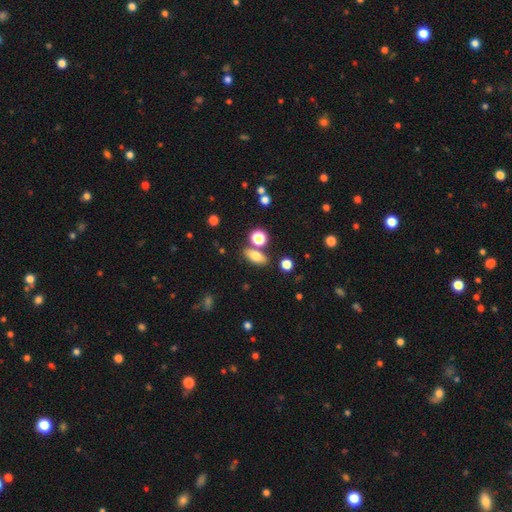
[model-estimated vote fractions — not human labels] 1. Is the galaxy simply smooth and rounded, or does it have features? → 73% smooth, 15% featured or disk, 13% star or artifact.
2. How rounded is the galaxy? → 76% in between, 12% round, 12% cigar-shaped.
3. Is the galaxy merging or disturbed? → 74% none, 11% merger, 11% minor disturbance, 4% major disturbance.